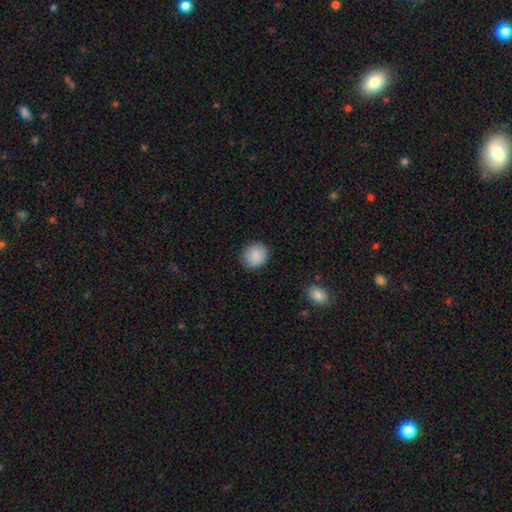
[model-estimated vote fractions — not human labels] smooth_or_featured: smooth (p=0.89) [alt: star or artifact p=0.07]
how_rounded: round (p=0.85) [alt: in between p=0.14]
merging: none (p=0.88) [alt: minor disturbance p=0.09]